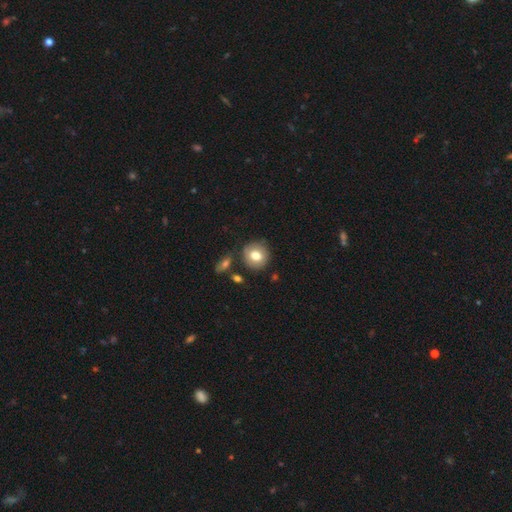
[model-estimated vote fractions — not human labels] Smooth or featured? smooth (74%)
How rounded? round (86%)
Merging? none (79%)